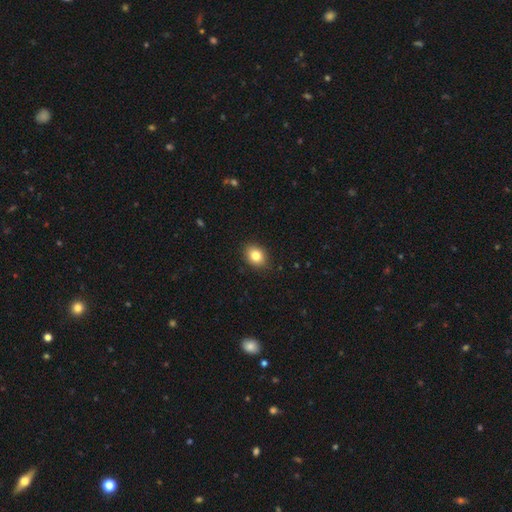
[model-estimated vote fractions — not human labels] Smooth or featured?
  - smooth: 83% *
  - star or artifact: 10%
  - featured or disk: 8%
How rounded?
  - in between: 58% *
  - round: 41%
  - cigar-shaped: 1%
Merging?
  - none: 88% *
  - minor disturbance: 9%
  - major disturbance: 2%
  - merger: 1%